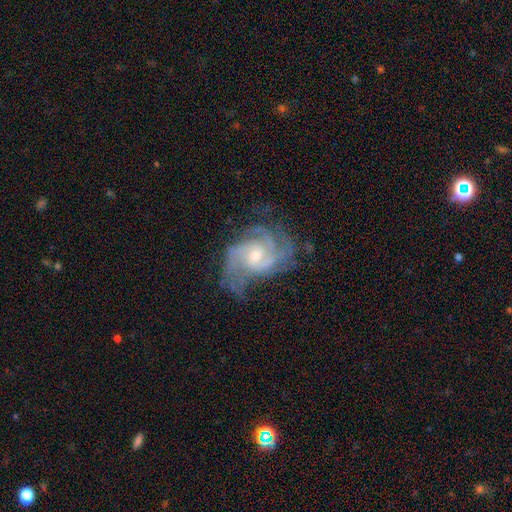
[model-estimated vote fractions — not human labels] Smooth or featured? Predicted: featured or disk (p=0.90). Edge-on disk? Predicted: no (p=0.98). Bar? Predicted: no (p=0.63). Spiral arms? Predicted: yes (p=0.97). Spiral winding? Predicted: tight (p=0.45). Spiral arm count? Predicted: 3 (p=0.31). Bulge size? Predicted: small (p=0.49). Merging? Predicted: none (p=0.63).